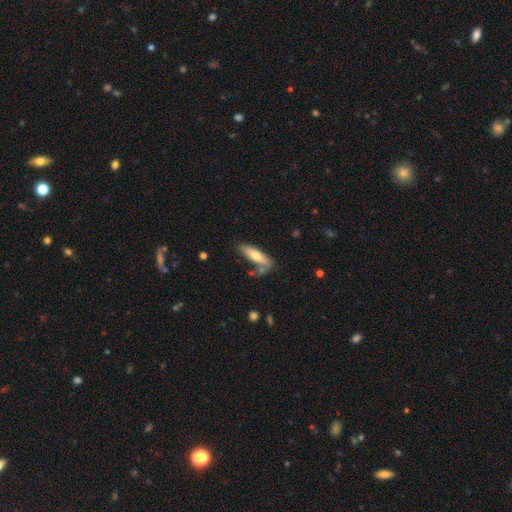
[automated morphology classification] Smooth or featured: smooth — 66% (featured or disk — 27%)
How rounded: cigar-shaped — 55% (in between — 43%)
Merging: none — 58% (minor disturbance — 21%)